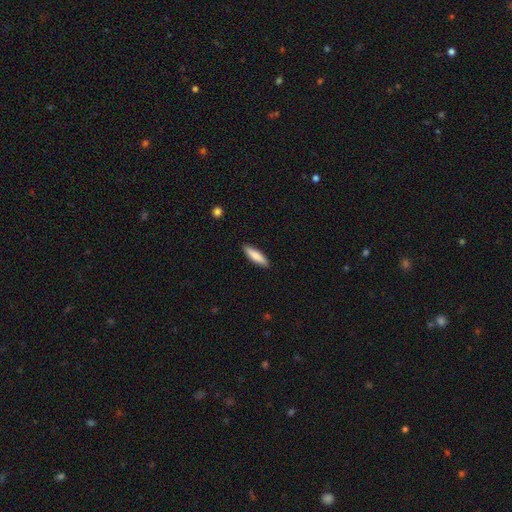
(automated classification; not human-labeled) This appears to be a smooth galaxy with no disk features (81%) that is cigar-shaped (67%). Merging: none (90%).